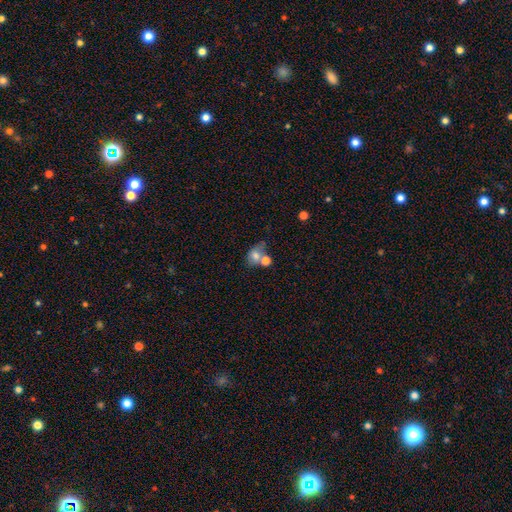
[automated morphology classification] Smooth or featured? smooth (70%)
How rounded? in between (57%)
Merging? merger (42%)